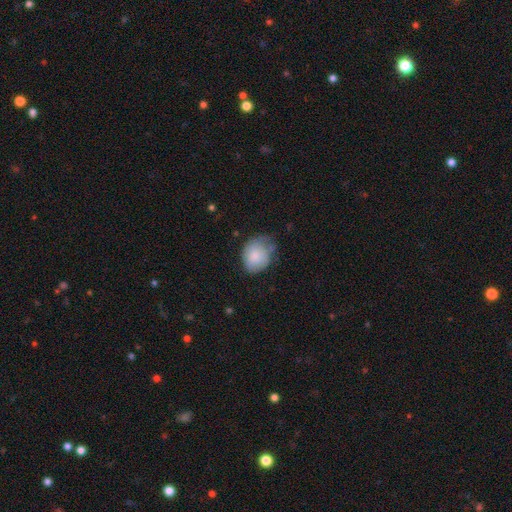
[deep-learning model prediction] This is clearly a smooth galaxy (80%). How rounded: possibly in between (50%). Merging: marginally none (42%).